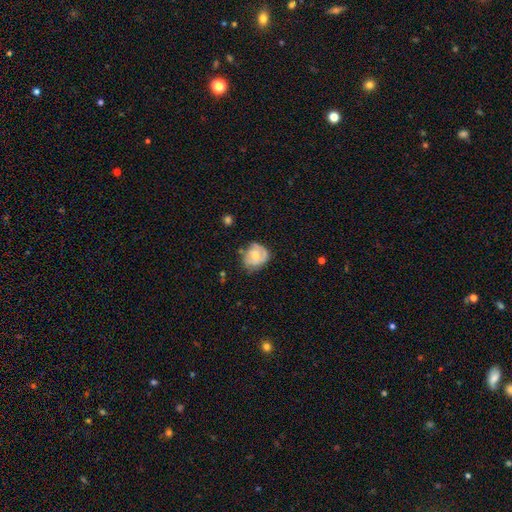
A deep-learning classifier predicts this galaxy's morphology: Smooth or featured: featured or disk — 56% (smooth — 37%)
Edge-on disk: no — 98% (yes — 2%)
Bar: no — 64% (weak — 30%)
Spiral arms: yes — 77% (no — 23%)
Bulge size: small — 48% (moderate — 37%)
Merging: none — 56% (minor disturbance — 29%)